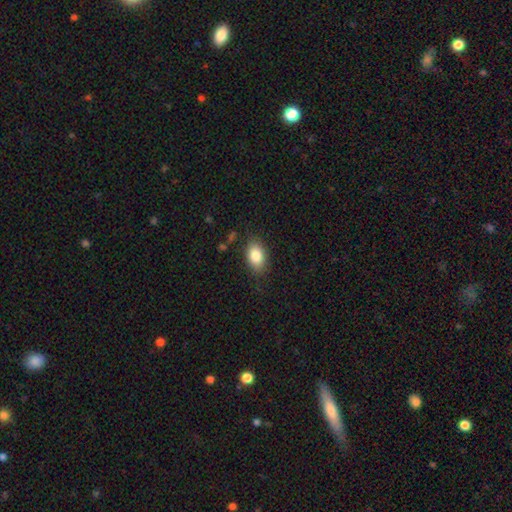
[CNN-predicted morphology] This appears to be a smooth galaxy with no disk features (84%) that is in between round and cigar-shaped (87%). Merging: none (82%).